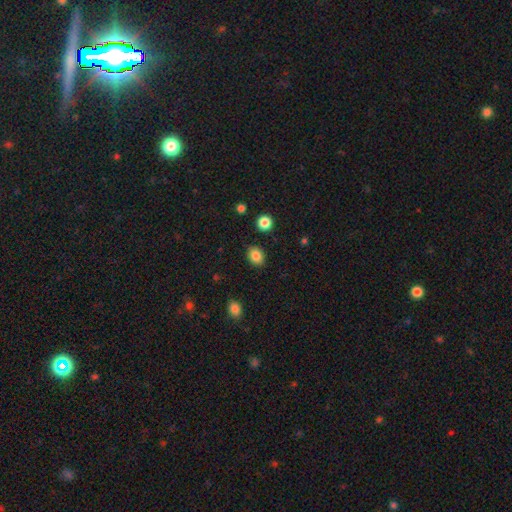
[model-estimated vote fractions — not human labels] A smooth galaxy with no disk features (85%) that is in between round and cigar-shaped (57%). Merging: none (88%).